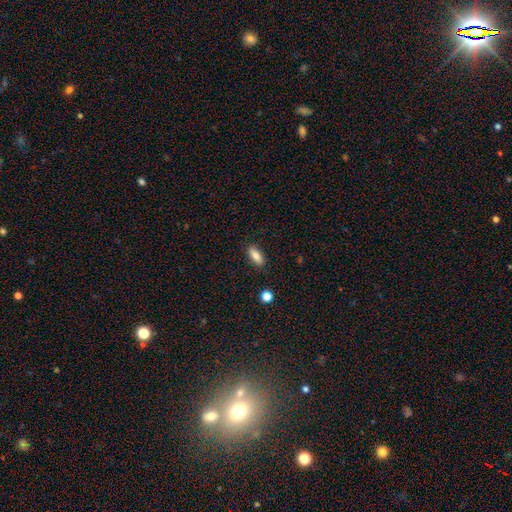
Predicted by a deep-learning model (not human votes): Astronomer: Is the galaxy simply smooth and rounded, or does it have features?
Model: smooth — 83%.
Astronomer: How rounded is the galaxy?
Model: in between — 79%.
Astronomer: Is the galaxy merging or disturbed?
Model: none — 87%.